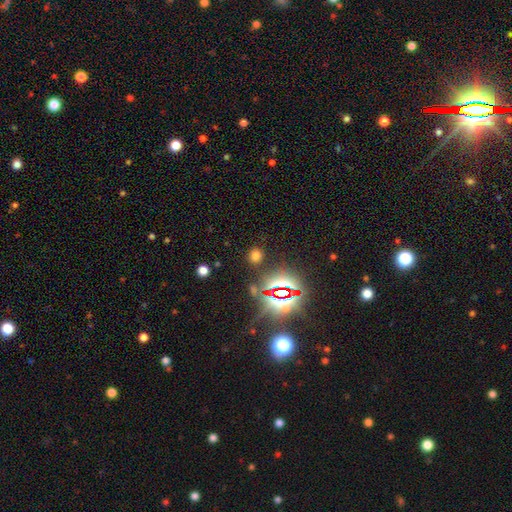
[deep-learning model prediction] This appears to be a smooth galaxy with no disk features (61%) that is round (70%). Merging: none (85%).